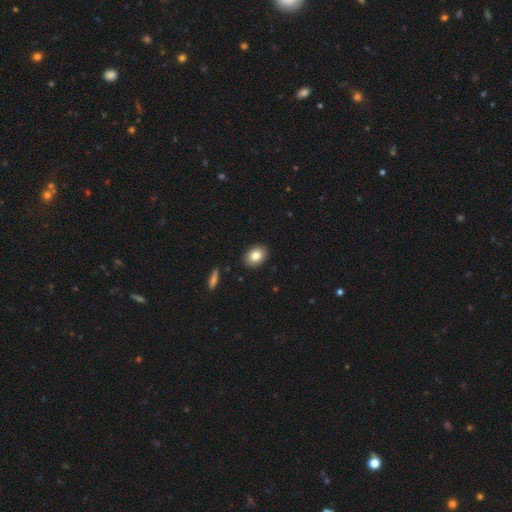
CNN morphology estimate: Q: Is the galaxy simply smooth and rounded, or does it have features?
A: smooth — 82%.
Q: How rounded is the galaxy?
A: in between — 72%.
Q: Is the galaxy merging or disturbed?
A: none — 90%.